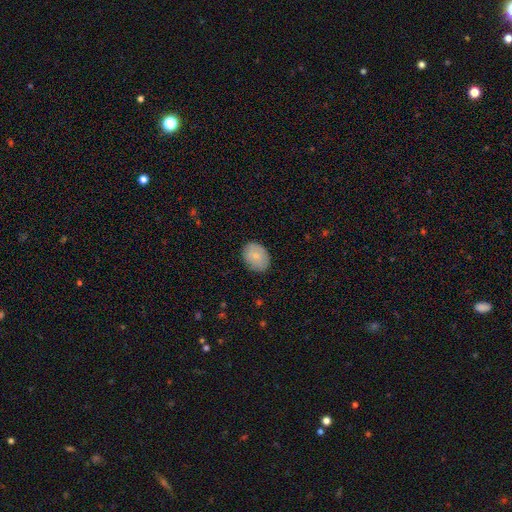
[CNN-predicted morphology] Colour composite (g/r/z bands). It shows a smooth galaxy with no disk features (76%) that is in between round and cigar-shaped (70%). Merging: none (85%).